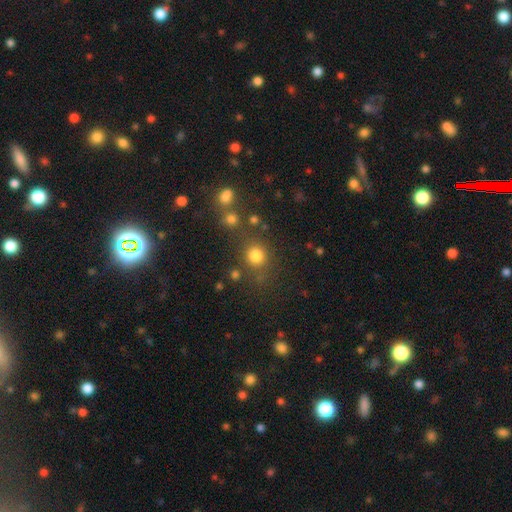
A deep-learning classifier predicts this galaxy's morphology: smooth 80%, star or artifact 15%, featured or disk 6%. Down the decision tree: how rounded — round (87%); merging — none (71%).